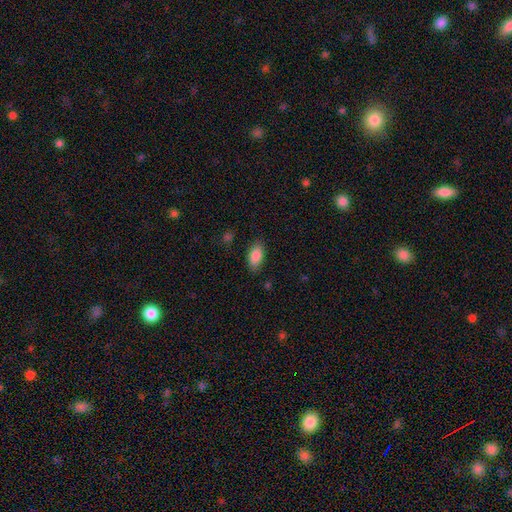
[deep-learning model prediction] A smooth galaxy with no disk features (86%) that is in between round and cigar-shaped (91%). Merging: none (83%).